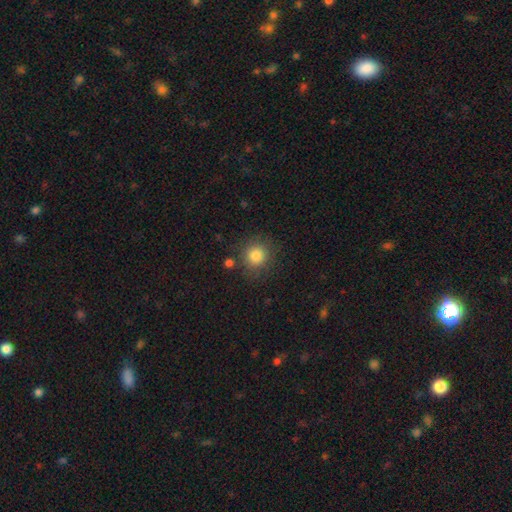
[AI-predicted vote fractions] Smooth or featured? smooth (83%)
How rounded? round (91%)
Merging? none (83%)